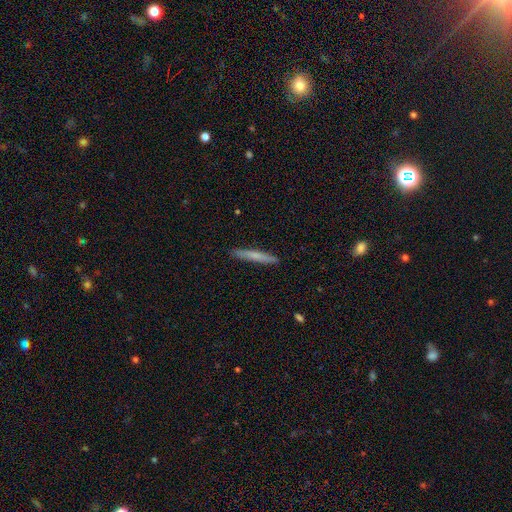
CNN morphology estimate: Q: Smooth or featured?
A: smooth (67%); runner-up: featured or disk (27%)
Q: How rounded?
A: cigar-shaped (96%); runner-up: in between (3%)
Q: Merging?
A: none (91%); runner-up: minor disturbance (6%)